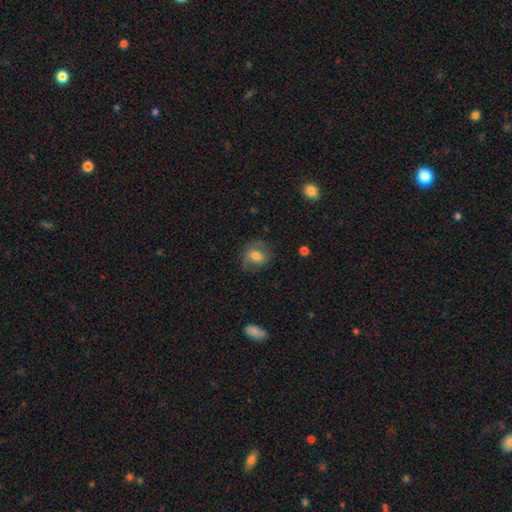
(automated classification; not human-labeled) smooth-or-featured: smooth: 53% | featured or disk: 38% | star or artifact: 9%
  how-rounded: in between: 50% | round: 48% | cigar-shaped: 2%
  merging: none: 65% | minor disturbance: 21% | major disturbance: 12% | merger: 2%